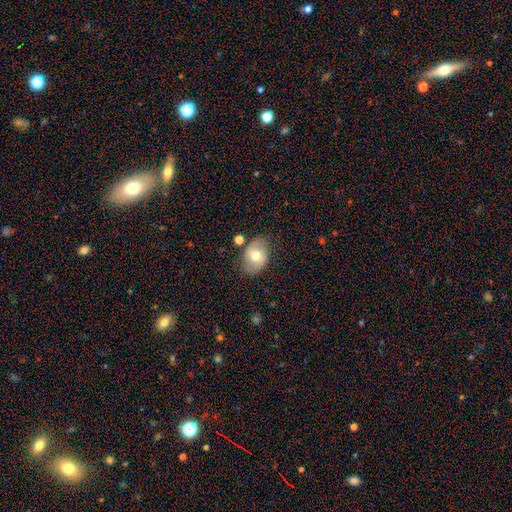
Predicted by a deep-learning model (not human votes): Smooth or featured? Predicted: smooth (p=0.60). How rounded? Predicted: in between (p=0.78). Merging? Predicted: none (p=0.75).